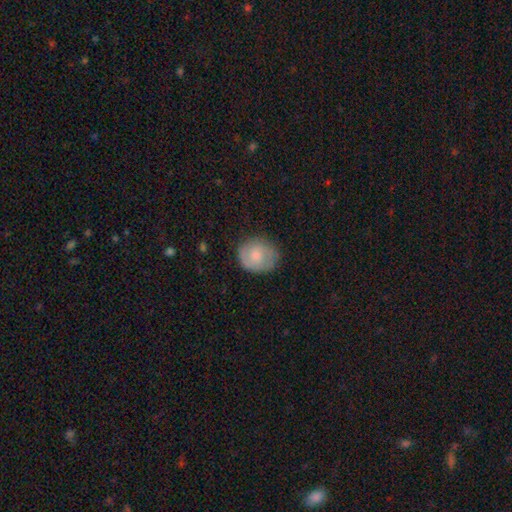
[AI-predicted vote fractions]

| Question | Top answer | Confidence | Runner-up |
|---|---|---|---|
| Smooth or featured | smooth | 67% | featured or disk (26%) |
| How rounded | round | 73% | in between (26%) |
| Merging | none | 76% | minor disturbance (18%) |